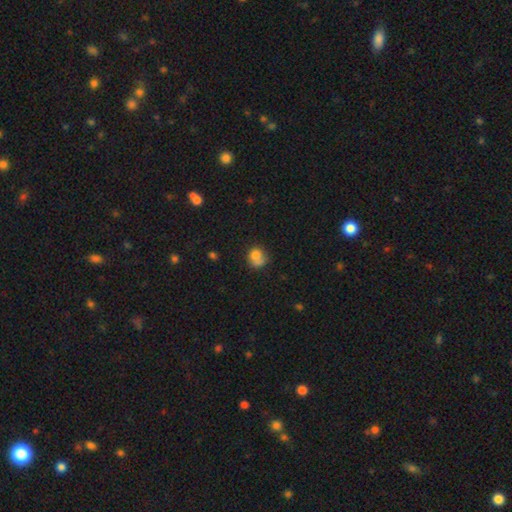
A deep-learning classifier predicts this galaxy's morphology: Overall: smooth (74%). How rounded: round (71%). Merging: none (39%; merger 31%).